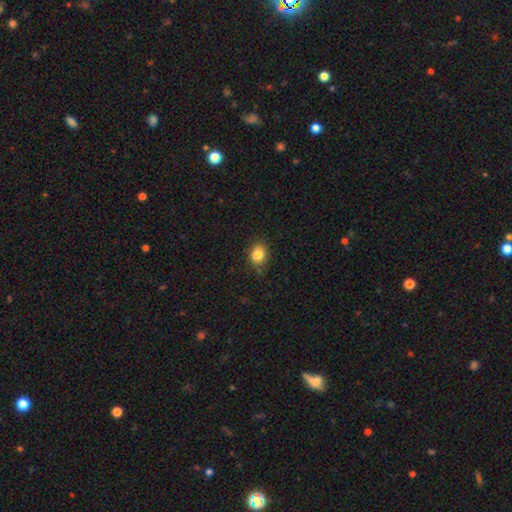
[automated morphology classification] A smooth galaxy with no disk features (84%) that is in between round and cigar-shaped (60%). Merging: none (71%).